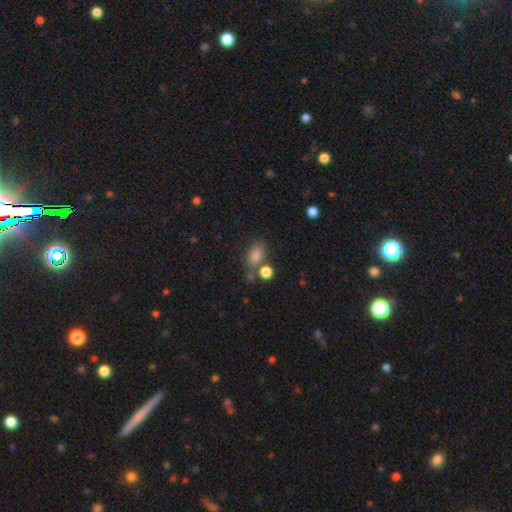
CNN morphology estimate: Smooth or featured? smooth (82%)
How rounded? in between (78%)
Merging? none (60%)